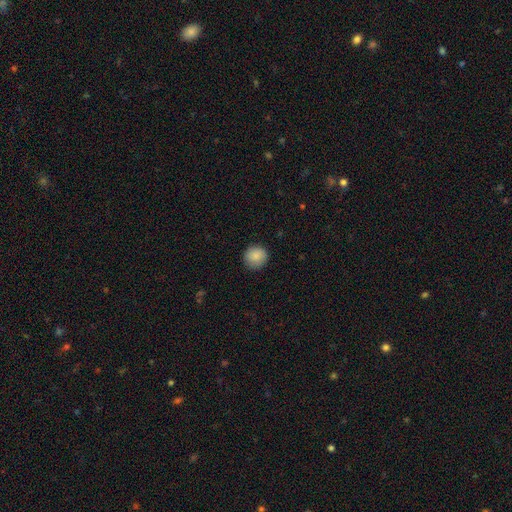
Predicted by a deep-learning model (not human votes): Smooth or featured? Predicted: smooth (p=0.88). How rounded? Predicted: round (p=0.92). Merging? Predicted: none (p=0.88).